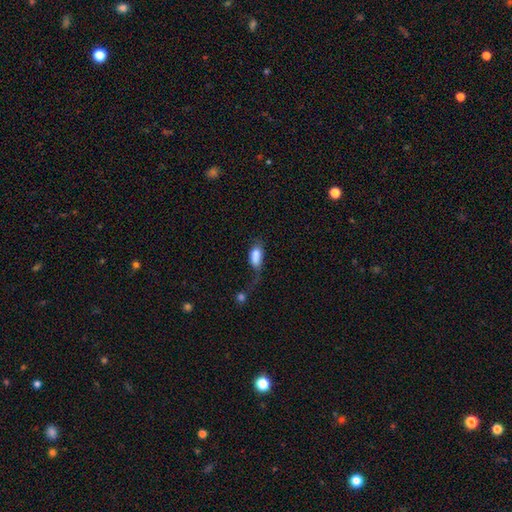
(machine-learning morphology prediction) Smooth or featured: smooth — 78% (featured or disk — 14%)
How rounded: in between — 88% (cigar-shaped — 7%)
Merging: major disturbance — 42% (none — 21%)